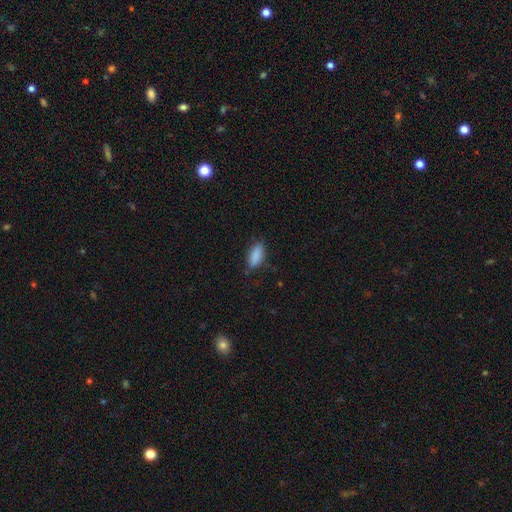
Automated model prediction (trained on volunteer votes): Q: Smooth or featured?
A: smooth (87%); runner-up: star or artifact (7%)
Q: How rounded?
A: in between (83%); runner-up: cigar-shaped (15%)
Q: Merging?
A: none (76%); runner-up: minor disturbance (18%)